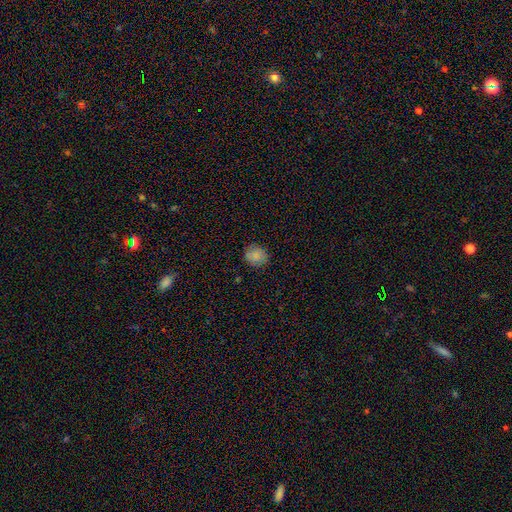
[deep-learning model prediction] The model was most divided on "how rounded": round: 80%, in between: 19%, cigar-shaped: 1%. More confident: merging — none (86%); smooth or featured — smooth (85%).